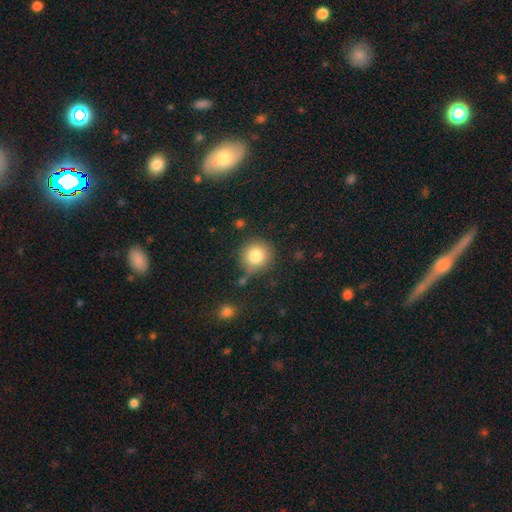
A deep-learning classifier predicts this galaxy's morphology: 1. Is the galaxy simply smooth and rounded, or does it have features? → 82% smooth, 10% star or artifact, 8% featured or disk.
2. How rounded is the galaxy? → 92% round, 7% in between, 1% cigar-shaped.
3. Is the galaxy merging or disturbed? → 78% none, 13% minor disturbance, 5% merger, 4% major disturbance.